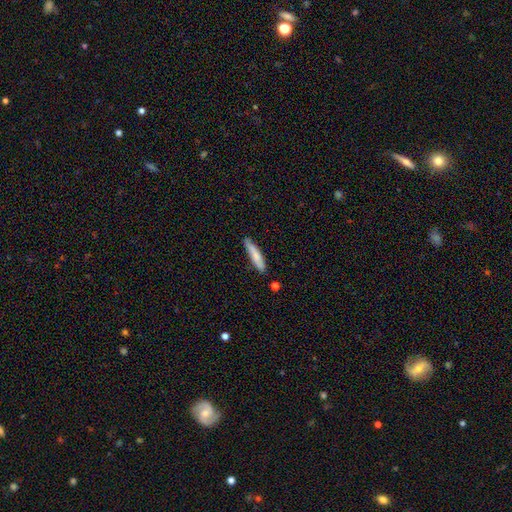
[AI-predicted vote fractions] smooth 76%, featured or disk 19%, star or artifact 6%. Down the decision tree: how rounded — cigar-shaped (84%); merging — none (76%).